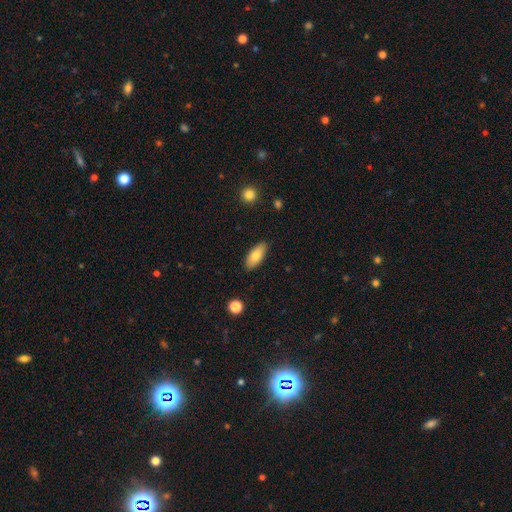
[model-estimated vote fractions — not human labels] This appears to be a smooth galaxy with no disk features (77%) that is in between round and cigar-shaped (84%). Merging: none (87%).